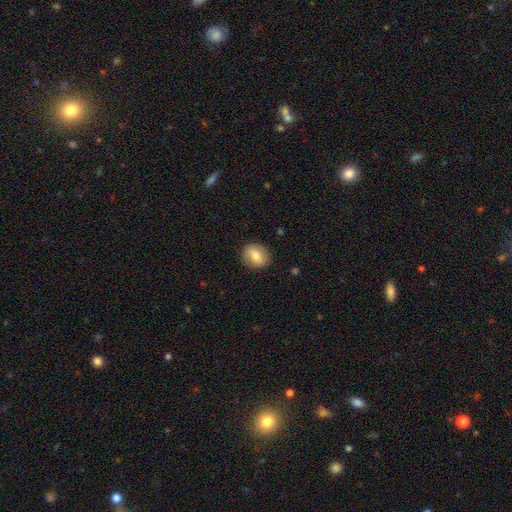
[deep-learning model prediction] Smooth or featured: smooth — 79% (featured or disk — 14%)
How rounded: round — 54% (in between — 45%)
Merging: none — 87% (minor disturbance — 10%)